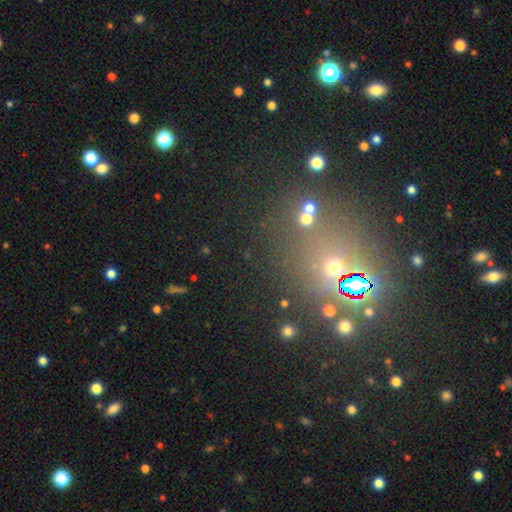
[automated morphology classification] star or artifact 62%, smooth 28%, featured or disk 10%.